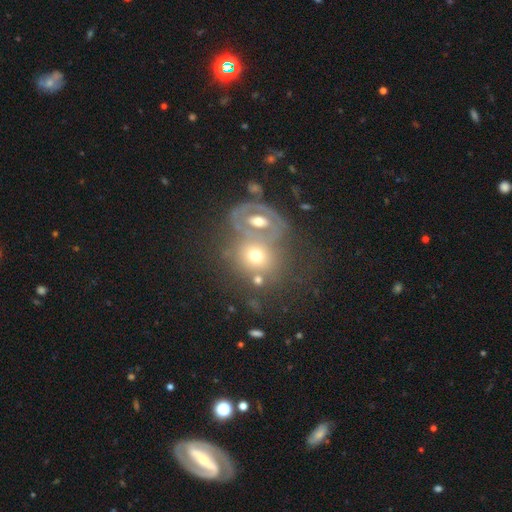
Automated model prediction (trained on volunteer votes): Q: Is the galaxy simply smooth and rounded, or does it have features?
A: smooth — 47%.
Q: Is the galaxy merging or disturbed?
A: merger — 54%.